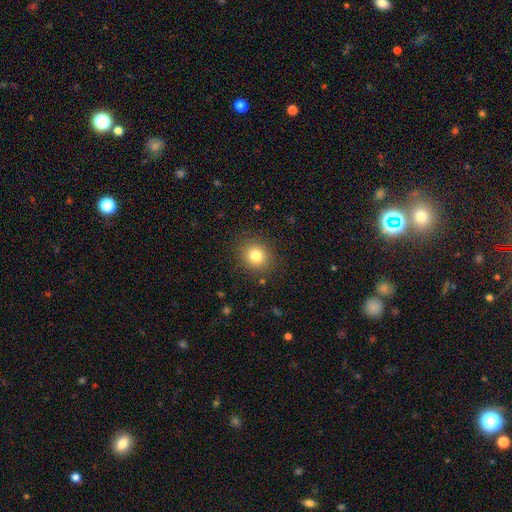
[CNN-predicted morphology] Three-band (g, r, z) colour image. It shows a smooth galaxy with no disk features (81%) that is round (85%). Merging: none (89%).